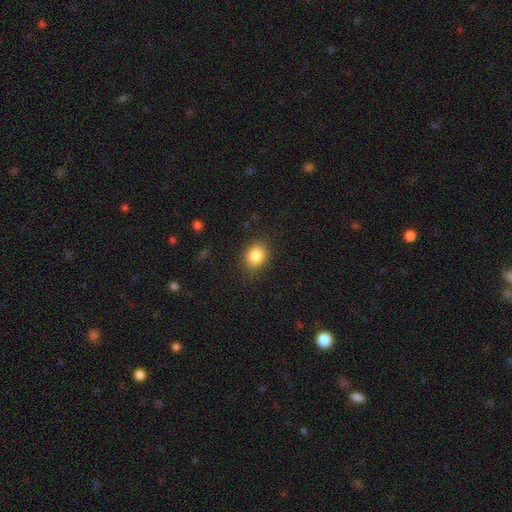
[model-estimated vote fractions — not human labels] smooth_or_featured: smooth (p=0.85) [alt: star or artifact p=0.09]
how_rounded: in between (p=0.58) [alt: round p=0.41]
merging: none (p=0.86) [alt: minor disturbance p=0.10]